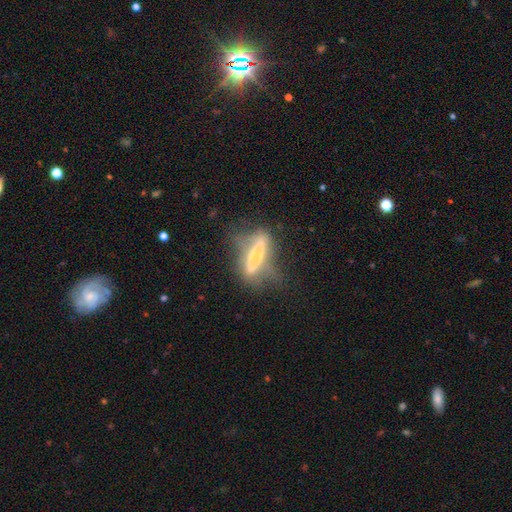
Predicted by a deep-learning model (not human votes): Overall: featured or disk (65%; smooth 27%). Edge-on disk: yes (61%; no 39%). Merging: none (48%; minor disturbance 23%).